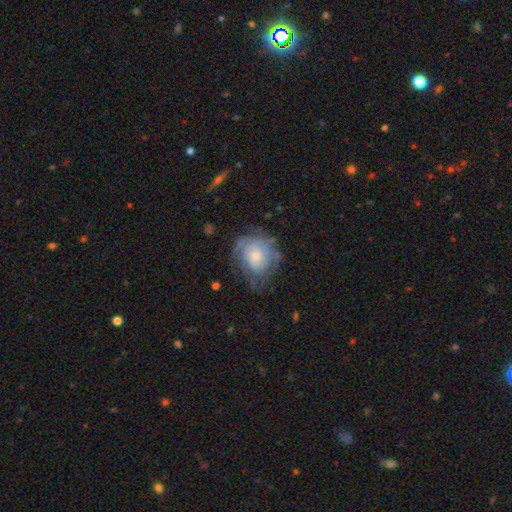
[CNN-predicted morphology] Smooth or featured? featured or disk (62%)
Edge-on disk? no (97%)
Bar? no (79%)
Spiral arms? yes (79%)
Bulge size? small (48%)
Merging? none (58%)